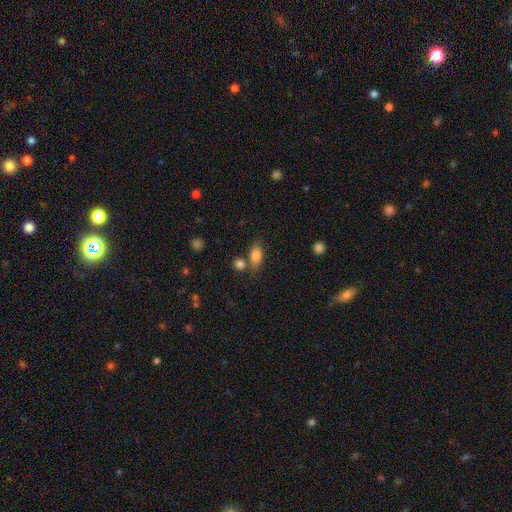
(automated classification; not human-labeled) A smooth galaxy with no disk features (83%) that is in between round and cigar-shaped (84%).

Vote fractions:
- Smooth or featured? smooth: 83% / star or artifact: 9% / featured or disk: 8%
- How rounded? in between: 84% / round: 9% / cigar-shaped: 7%
- Merging? none: 63% / merger: 18% / minor disturbance: 14% / major disturbance: 5%